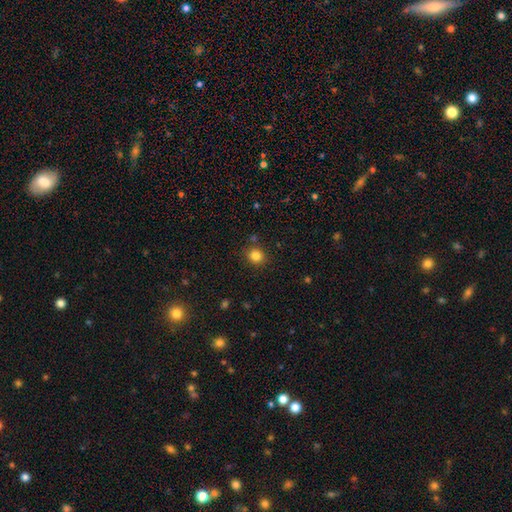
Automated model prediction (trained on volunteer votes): The model was most divided on "how rounded": round: 79%, in between: 21%, cigar-shaped: 1%. More confident: merging — none (85%); smooth or featured — smooth (83%).